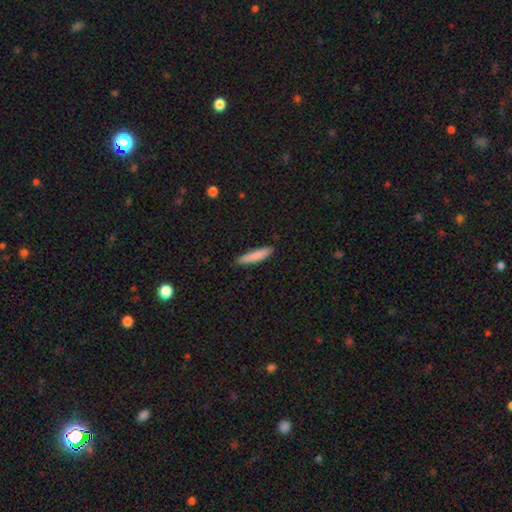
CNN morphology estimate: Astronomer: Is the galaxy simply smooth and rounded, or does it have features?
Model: smooth — 84%.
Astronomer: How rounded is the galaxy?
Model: cigar-shaped — 86%.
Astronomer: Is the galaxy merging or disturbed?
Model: none — 86%.